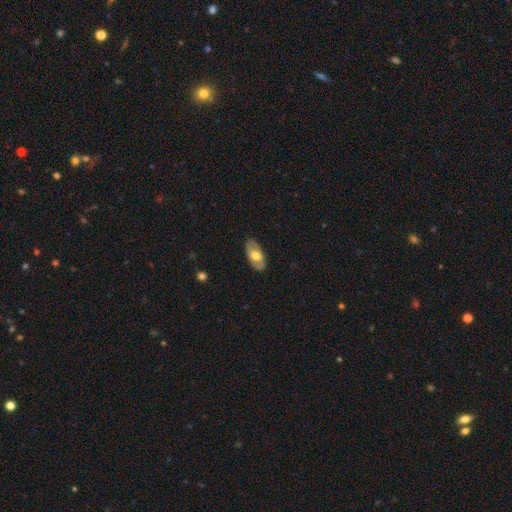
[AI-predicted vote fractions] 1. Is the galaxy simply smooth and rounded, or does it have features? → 54% smooth, 40% featured or disk, 6% star or artifact.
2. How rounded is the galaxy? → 92% in between, 5% cigar-shaped, 4% round.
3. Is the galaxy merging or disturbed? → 84% none, 12% minor disturbance, 3% major disturbance, 1% merger.